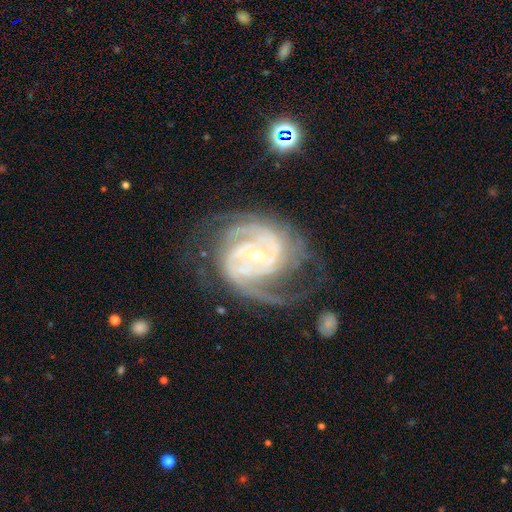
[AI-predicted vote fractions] Smooth or featured?
  - featured or disk: 91% *
  - star or artifact: 5%
  - smooth: 4%
Edge-on disk?
  - no: 98% *
  - yes: 2%
Bar?
  - no: 40% *
  - weak: 37%
  - strong: 23%
Spiral arms?
  - yes: 98% *
  - no: 2%
Spiral winding?
  - tight: 51% *
  - medium: 40%
  - loose: 9%
Spiral arm count?
  - 2: 45% *
  - 3: 23%
  - can't tell: 14%
  - 4: 8%
  - 1: 5%
  - more than 4: 5%
Bulge size?
  - small: 65% *
  - moderate: 31%
  - large: 2%
  - none: 1%
  - dominant: 1%
Merging?
  - none: 58% *
  - minor disturbance: 21%
  - major disturbance: 19%
  - merger: 2%